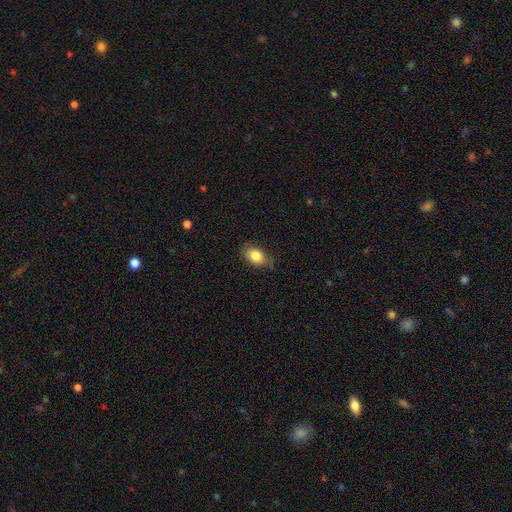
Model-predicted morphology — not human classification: Smooth or featured: smooth — 83% (featured or disk — 9%)
How rounded: in between — 81% (round — 17%)
Merging: none — 70% (minor disturbance — 24%)